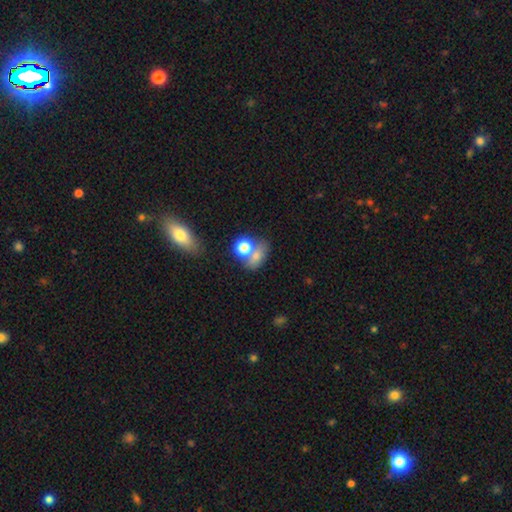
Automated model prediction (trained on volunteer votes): smooth-or-featured: smooth: 71% | featured or disk: 15% | star or artifact: 15%
  how-rounded: in between: 58% | round: 39% | cigar-shaped: 2%
  merging: merger: 44% | none: 36% | minor disturbance: 12% | major disturbance: 8%